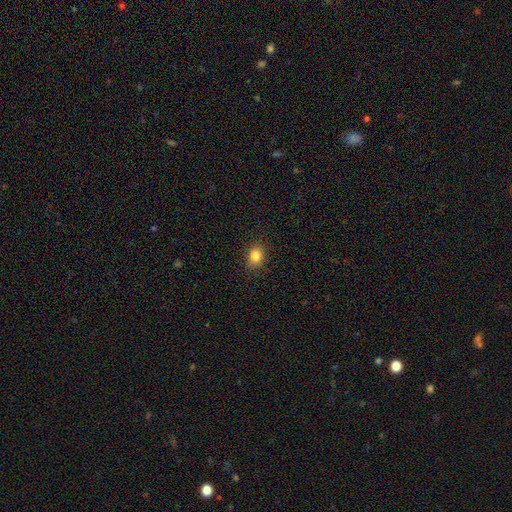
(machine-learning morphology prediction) smooth_or_featured: smooth (p=0.84) [alt: star or artifact p=0.11]
how_rounded: in between (p=0.55) [alt: round p=0.44]
merging: none (p=0.87) [alt: minor disturbance p=0.10]